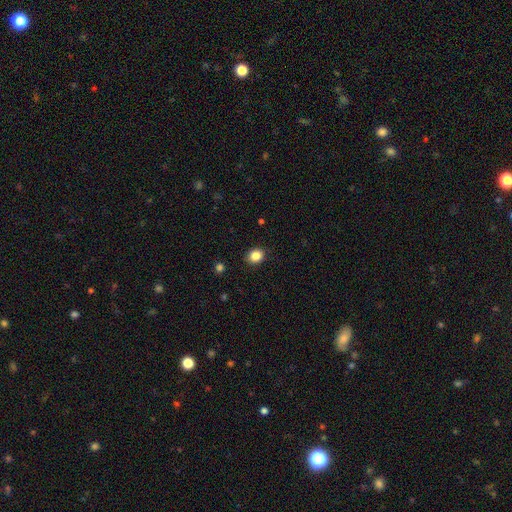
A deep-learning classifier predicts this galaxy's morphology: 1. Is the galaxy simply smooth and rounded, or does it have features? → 86% smooth, 10% star or artifact, 4% featured or disk.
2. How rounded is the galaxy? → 65% round, 34% in between, 1% cigar-shaped.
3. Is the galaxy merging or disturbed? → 90% none, 7% minor disturbance, 2% major disturbance, 1% merger.